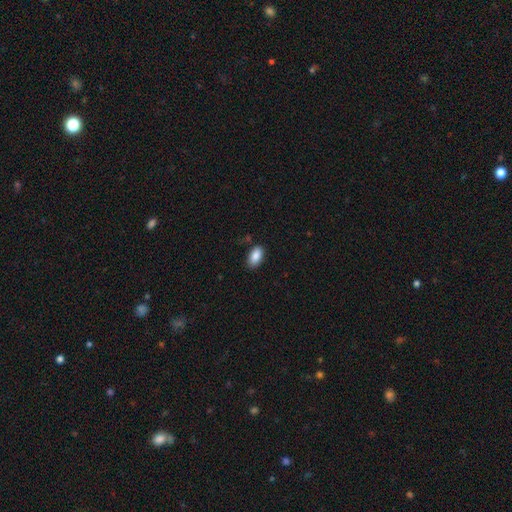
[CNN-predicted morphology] Smooth or featured?
  - smooth: 88% *
  - star or artifact: 7%
  - featured or disk: 5%
How rounded?
  - in between: 93% *
  - round: 4%
  - cigar-shaped: 3%
Merging?
  - none: 81% *
  - minor disturbance: 14%
  - major disturbance: 3%
  - merger: 2%